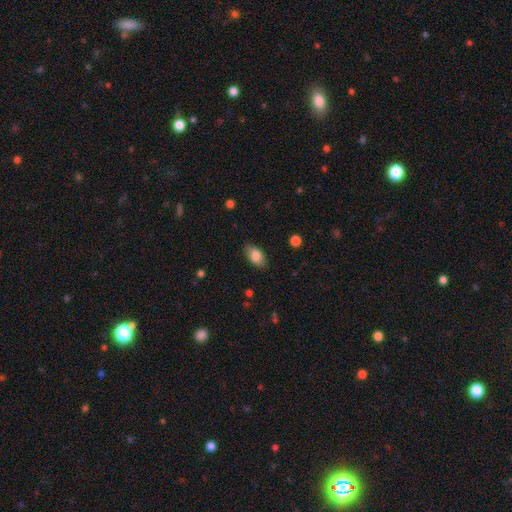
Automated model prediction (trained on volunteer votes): smooth_or_featured: smooth (p=0.82) [alt: featured or disk p=0.11]
how_rounded: in between (p=0.90) [alt: round p=0.06]
merging: none (p=0.83) [alt: minor disturbance p=0.13]